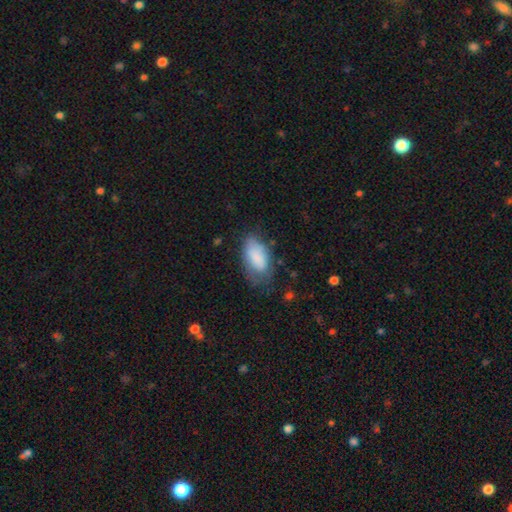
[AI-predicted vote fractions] The model was most divided on "merging": none: 50%, minor disturbance: 34%, major disturbance: 14%, merger: 2%. More confident: how rounded — in between (93%); smooth or featured — smooth (80%).